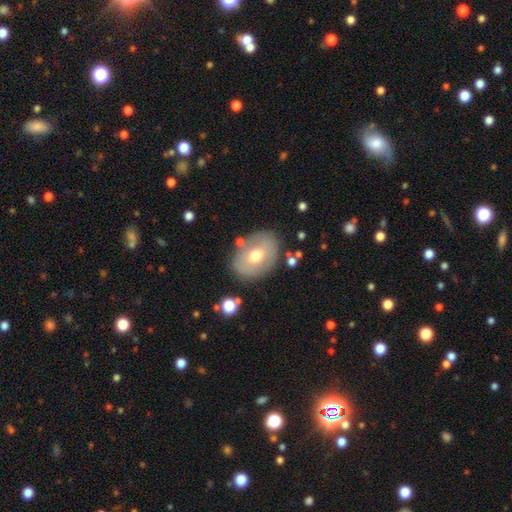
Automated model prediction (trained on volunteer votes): Overall: smooth (57%; featured or disk 35%). How rounded: in between (71%). Merging: none (79%).